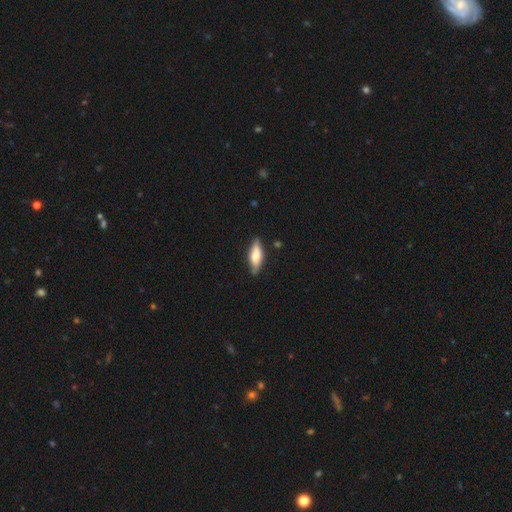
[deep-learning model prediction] This appears to be a smooth galaxy with no disk features (60%) that is in between round and cigar-shaped (58%). Merging: none (79%).